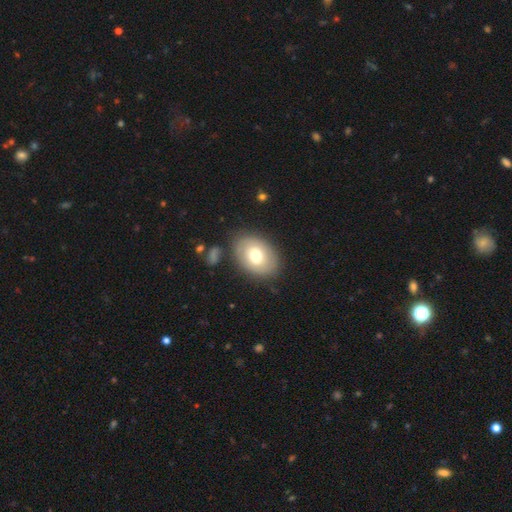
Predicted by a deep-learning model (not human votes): Overall: smooth (66%; featured or disk 26%). How rounded: in between (78%). Merging: none (81%).